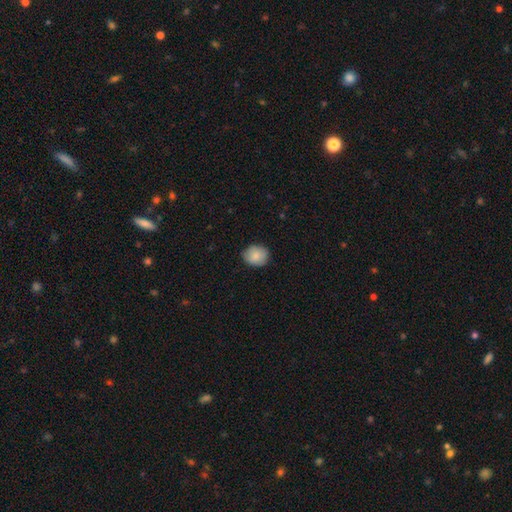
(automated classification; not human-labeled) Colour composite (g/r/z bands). It shows a smooth galaxy with no disk features (86%) that is round (68%). Merging: none (82%).